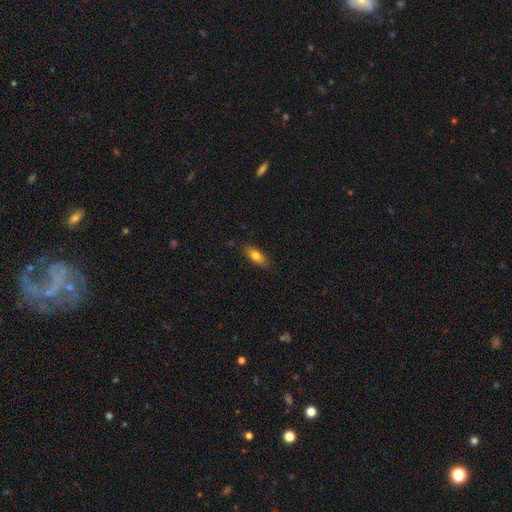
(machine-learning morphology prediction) Smooth or featured? smooth (77%)
How rounded? in between (76%)
Merging? none (85%)